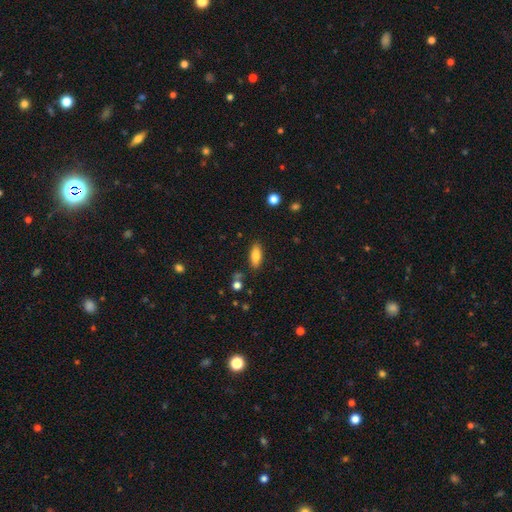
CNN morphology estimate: smooth 80%, featured or disk 12%, star or artifact 8%. Down the decision tree: how rounded — in between (78%); merging — none (83%).